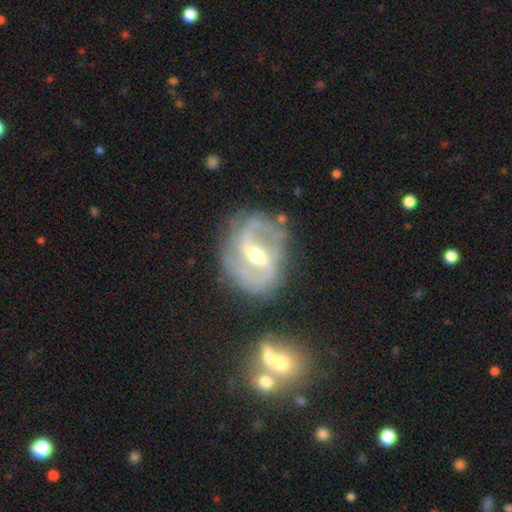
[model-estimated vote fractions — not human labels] Smooth or featured: featured or disk — 86% (smooth — 8%)
Edge-on disk: no — 97% (yes — 3%)
Bar: weak — 44% (strong — 43%)
Spiral arms: yes — 93% (no — 7%)
Spiral winding: medium — 48% (loose — 31%)
Spiral arm count: 2 — 83% (can't tell — 7%)
Bulge size: moderate — 65% (small — 29%)
Merging: none — 71% (minor disturbance — 17%)